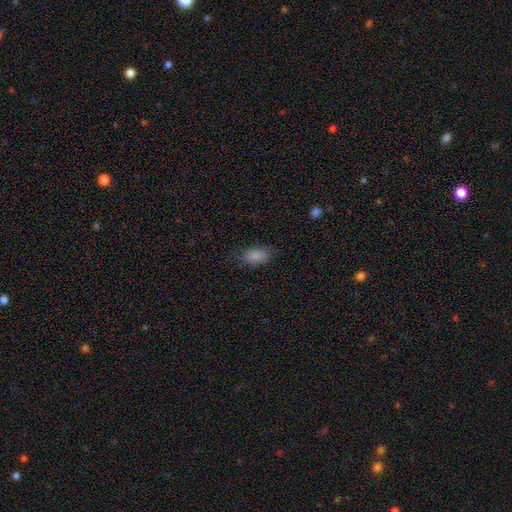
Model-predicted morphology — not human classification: This is clearly a smooth galaxy (85%). How rounded: clearly in between (92%). Merging: likely none (74%).